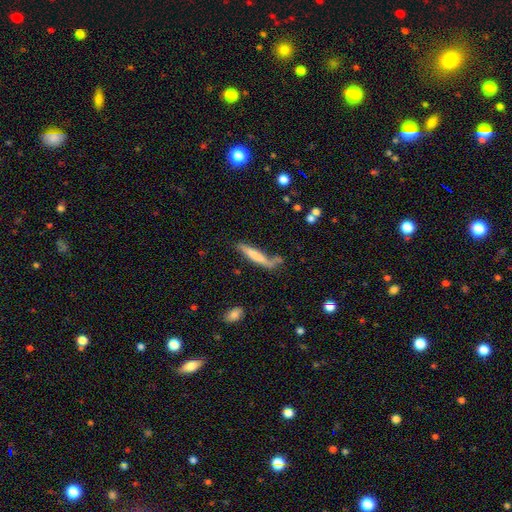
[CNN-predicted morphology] This is likely a smooth galaxy (65%). How rounded: clearly cigar-shaped (90%). Merging: possibly none (48%).